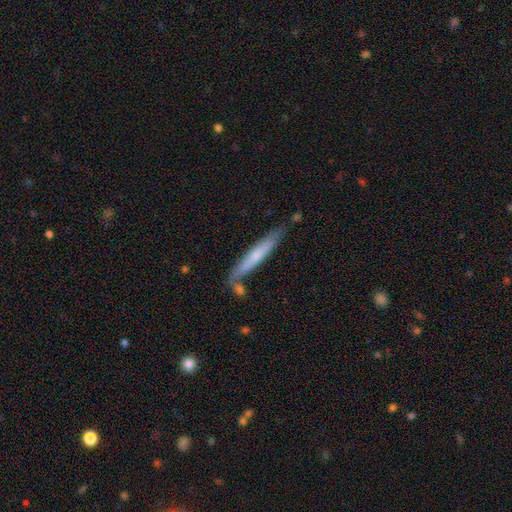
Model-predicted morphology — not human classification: smooth-or-featured: smooth: 54% | featured or disk: 41% | star or artifact: 6%
  how-rounded: cigar-shaped: 94% | in between: 5% | round: 1%
  merging: none: 71% | minor disturbance: 17% | merger: 8% | major disturbance: 4%